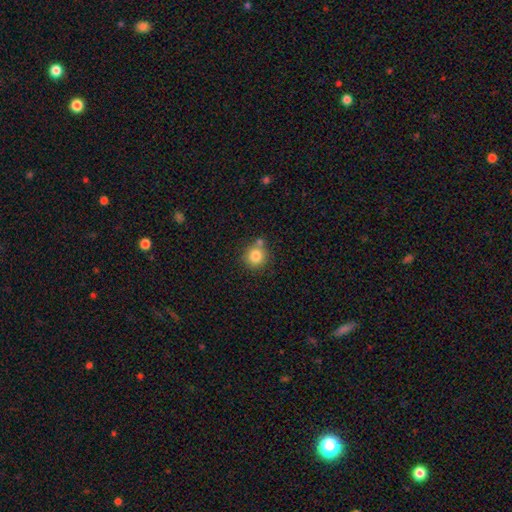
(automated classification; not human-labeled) smooth_or_featured: smooth (p=0.82) [alt: star or artifact p=0.11]
how_rounded: round (p=0.91) [alt: in between p=0.08]
merging: none (p=0.67) [alt: merger p=0.18]